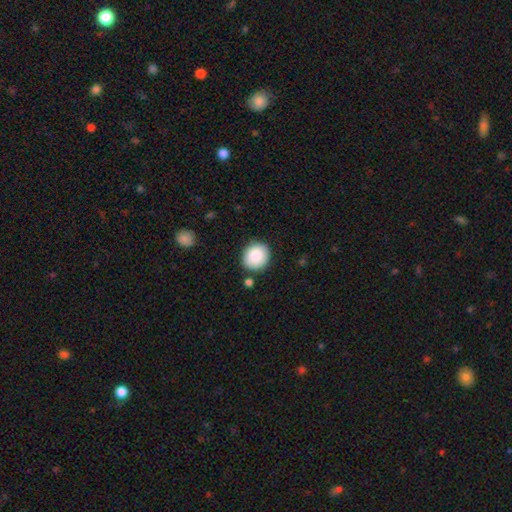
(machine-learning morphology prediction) This is clearly a smooth galaxy (86%). How rounded: likely round (80%). Merging: clearly none (83%).